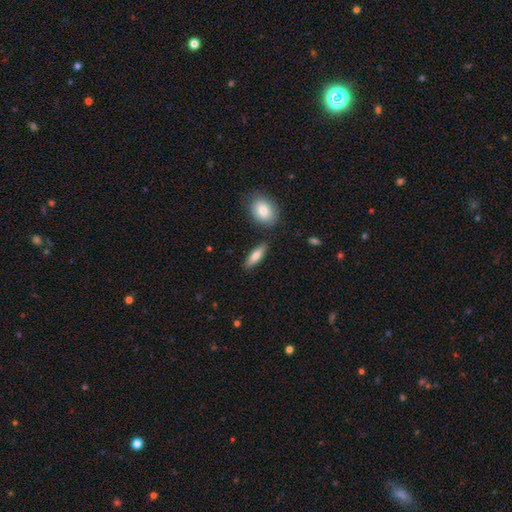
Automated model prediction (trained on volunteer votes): Smooth or featured: smooth — 76% (featured or disk — 18%)
How rounded: in between — 51% (cigar-shaped — 46%)
Merging: none — 83% (minor disturbance — 10%)